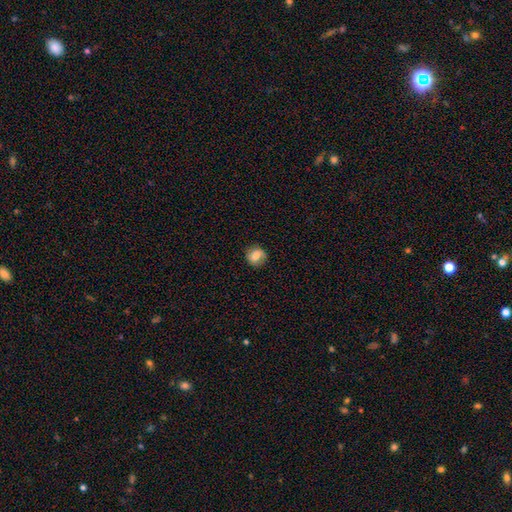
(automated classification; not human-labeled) Q: Smooth or featured?
A: smooth (72%); runner-up: featured or disk (18%)
Q: How rounded?
A: round (79%); runner-up: in between (20%)
Q: Merging?
A: none (83%); runner-up: minor disturbance (12%)